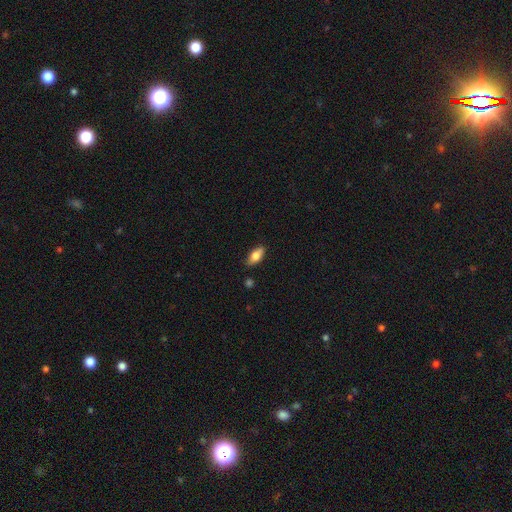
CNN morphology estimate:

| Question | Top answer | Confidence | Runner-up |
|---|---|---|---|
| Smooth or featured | smooth | 74% | featured or disk (19%) |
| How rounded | in between | 85% | cigar-shaped (12%) |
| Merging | none | 85% | minor disturbance (12%) |